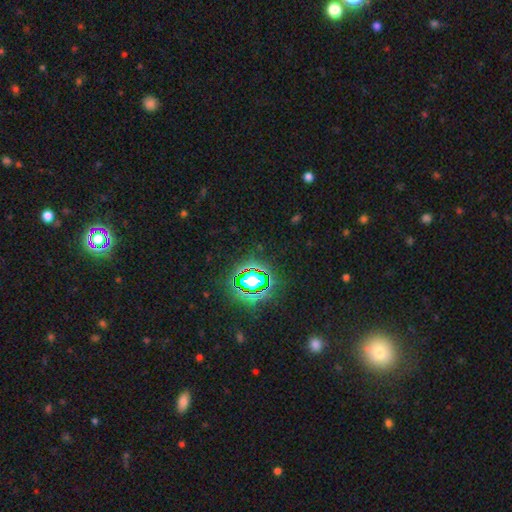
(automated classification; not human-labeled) This appears to be a star or artifact, not a galaxy (78%).